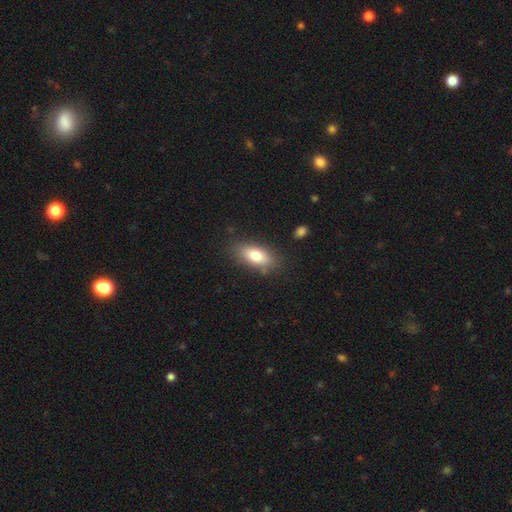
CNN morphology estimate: smooth-or-featured: smooth: 79% | featured or disk: 13% | star or artifact: 8%
  how-rounded: in between: 84% | cigar-shaped: 12% | round: 4%
  merging: none: 80% | minor disturbance: 13% | major disturbance: 4% | merger: 2%